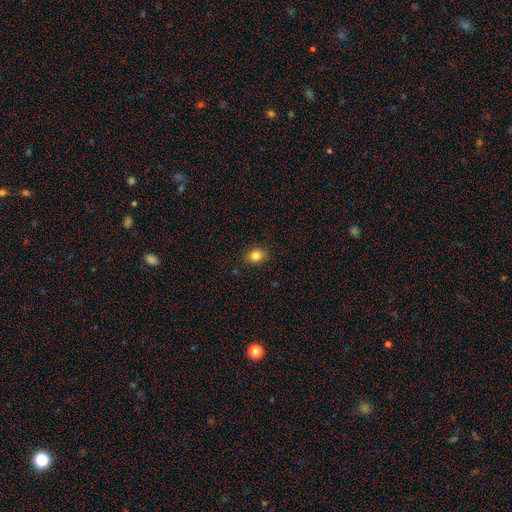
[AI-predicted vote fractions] Smooth or featured: smooth — 83% (star or artifact — 11%)
How rounded: in between — 53% (round — 46%)
Merging: none — 88% (minor disturbance — 9%)